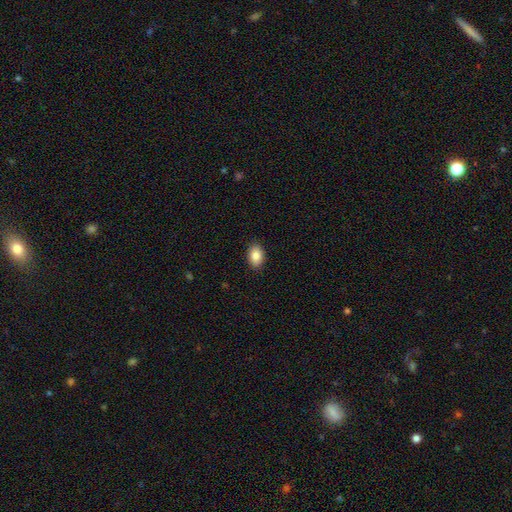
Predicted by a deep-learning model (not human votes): This is clearly a smooth galaxy (86%). How rounded: clearly in between (87%). Merging: clearly none (90%).